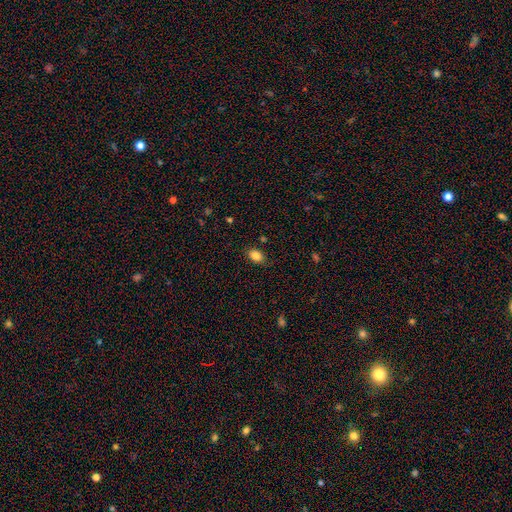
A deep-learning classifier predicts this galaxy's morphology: This appears to be a smooth galaxy with no disk features (86%) that is in between round and cigar-shaped (84%). Merging: none (82%).